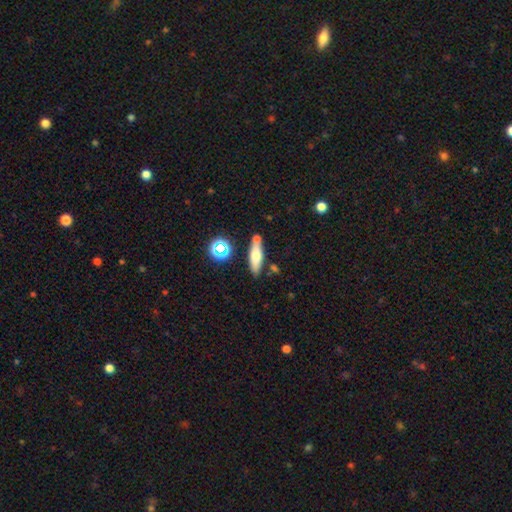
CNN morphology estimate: type=smooth (62%); roundness=cigar-shaped (52%); merging=none (71%).